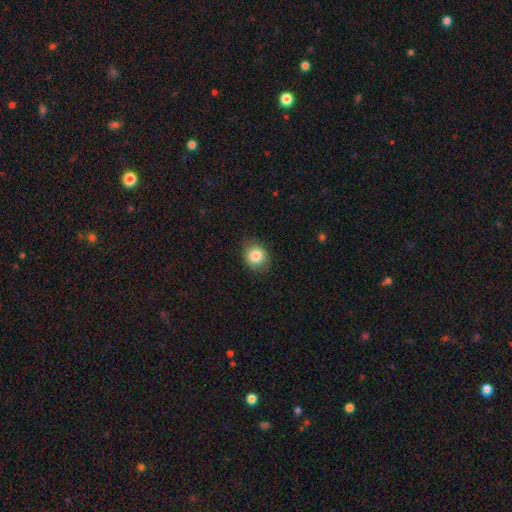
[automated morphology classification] smooth_or_featured: smooth (p=0.84) [alt: star or artifact p=0.10]
how_rounded: round (p=0.74) [alt: in between p=0.25]
merging: none (p=0.83) [alt: minor disturbance p=0.13]